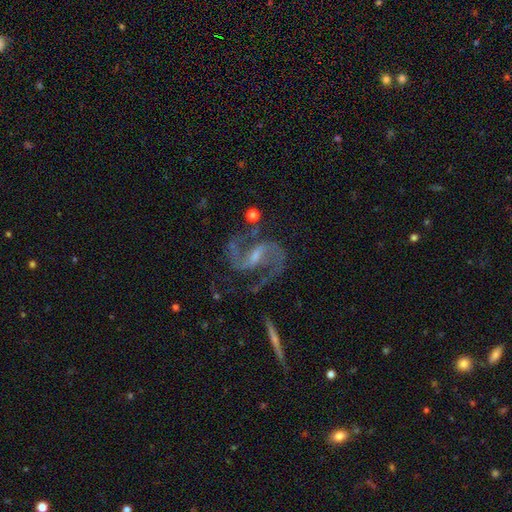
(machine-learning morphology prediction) The model was most divided on "bar": weak: 46%, strong: 40%, no: 13%. Remaining: spiral arms — yes (98%); edge-on disk — no (97%); spiral arm count — 2 (94%); smooth or featured — featured or disk (92%); merging — none (72%); spiral winding — medium (62%); bulge size — small (48%).